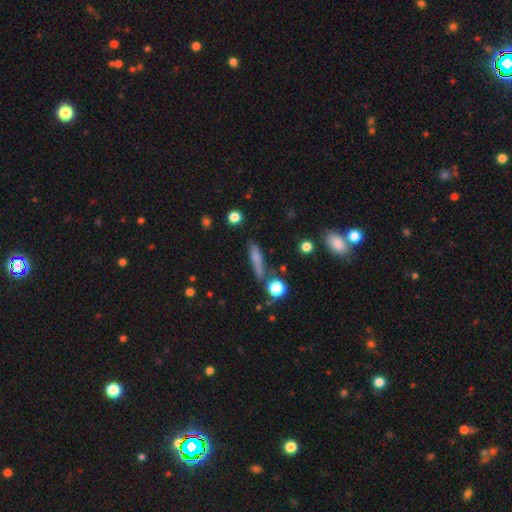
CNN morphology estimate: Smooth or featured? Predicted: smooth (p=0.69). How rounded? Predicted: cigar-shaped (p=0.76). Merging? Predicted: none (p=0.62).